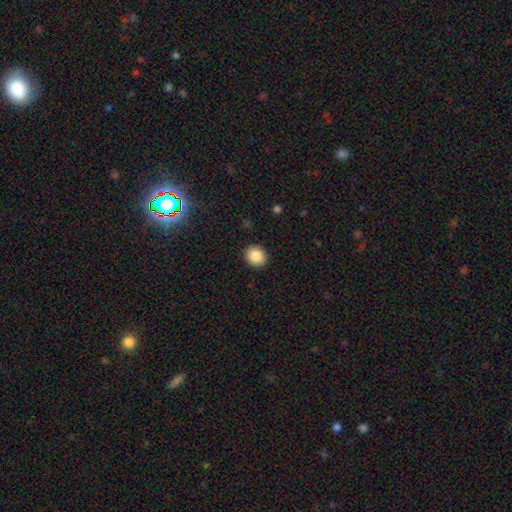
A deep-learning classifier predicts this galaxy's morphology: Overall: smooth (86%). How rounded: round (83%). Merging: none (92%).